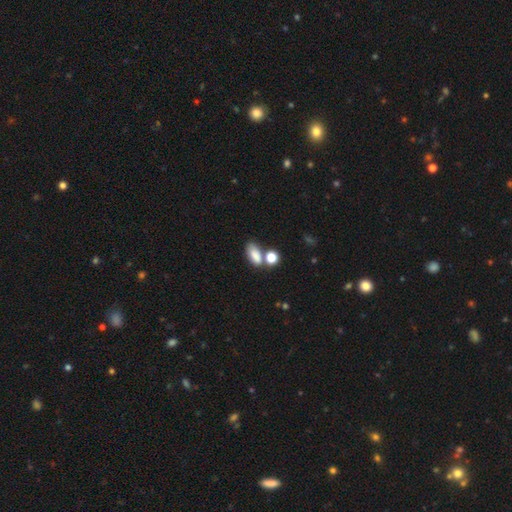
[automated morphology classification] smooth-or-featured: smooth: 81% | star or artifact: 11% | featured or disk: 9%
  how-rounded: in between: 86% | round: 9% | cigar-shaped: 4%
  merging: none: 47% | merger: 32% | minor disturbance: 14% | major disturbance: 7%